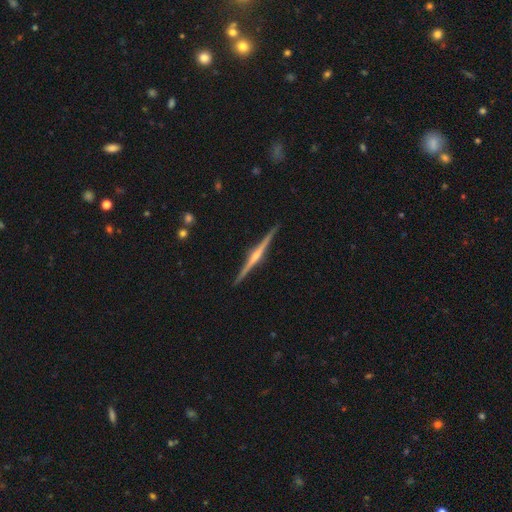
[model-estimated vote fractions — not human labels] The model was most divided on "edge-on bulge": rounded: 73%, none: 17%, boxy: 11%. More confident: edge-on disk — yes (99%); merging — none (92%); smooth or featured — featured or disk (81%).